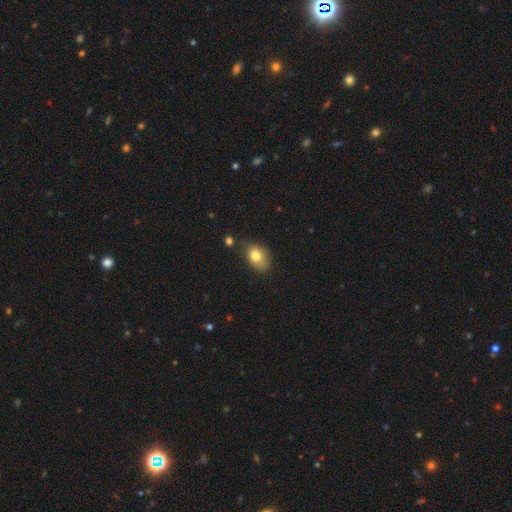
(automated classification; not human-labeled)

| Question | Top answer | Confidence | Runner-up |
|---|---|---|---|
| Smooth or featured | smooth | 80% | featured or disk (11%) |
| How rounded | in between | 79% | round (20%) |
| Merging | none | 64% | minor disturbance (26%) |